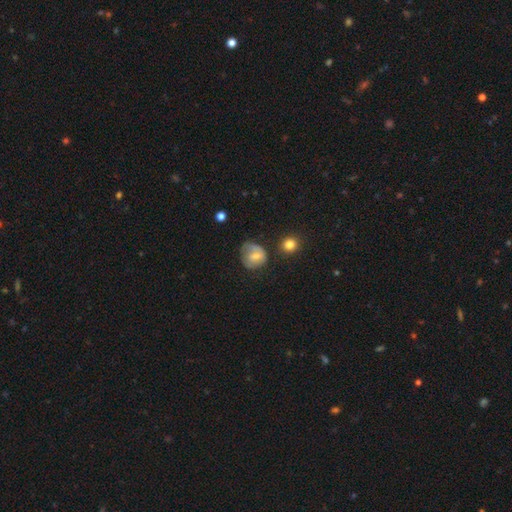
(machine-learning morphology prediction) This is possibly a smooth galaxy (59%). How rounded: likely round (65%). Merging: marginally none (42%).